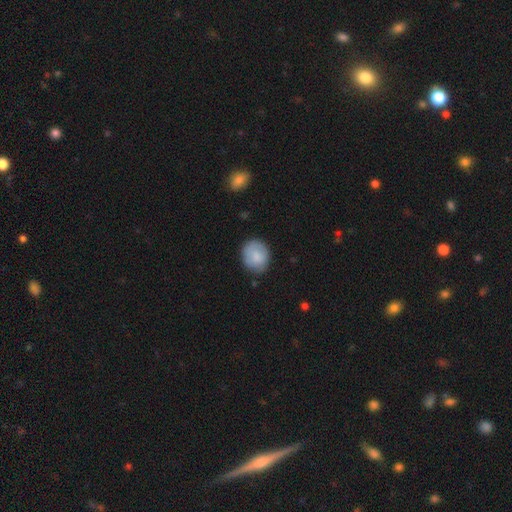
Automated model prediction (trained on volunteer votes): This is likely a smooth galaxy (80%). How rounded: likely round (68%). Merging: likely none (76%).